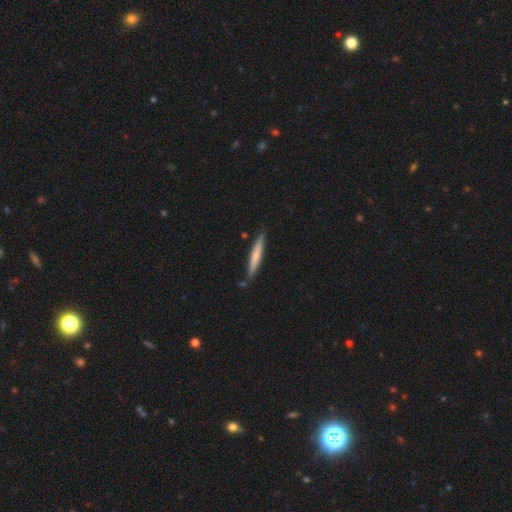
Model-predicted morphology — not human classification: A smooth galaxy with no disk features (63%) that is cigar-shaped (95%).

Vote fractions:
- Smooth or featured? smooth: 63% / featured or disk: 32% / star or artifact: 5%
- How rounded? cigar-shaped: 95% / in between: 4% / round: 1%
- Merging? none: 84% / minor disturbance: 11% / merger: 4% / major disturbance: 2%